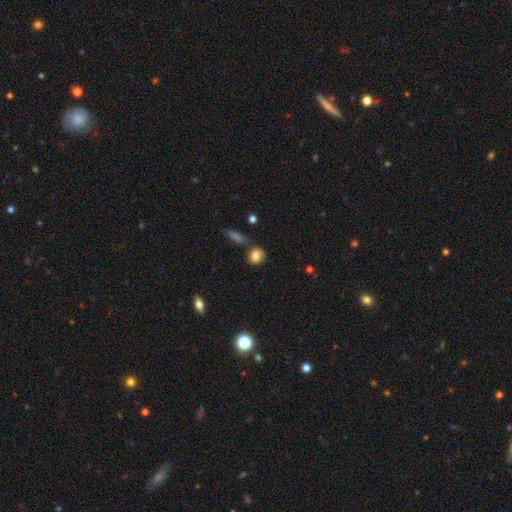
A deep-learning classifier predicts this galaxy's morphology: Smooth or featured? Predicted: smooth (p=0.81). How rounded? Predicted: round (p=0.63). Merging? Predicted: none (p=0.64).